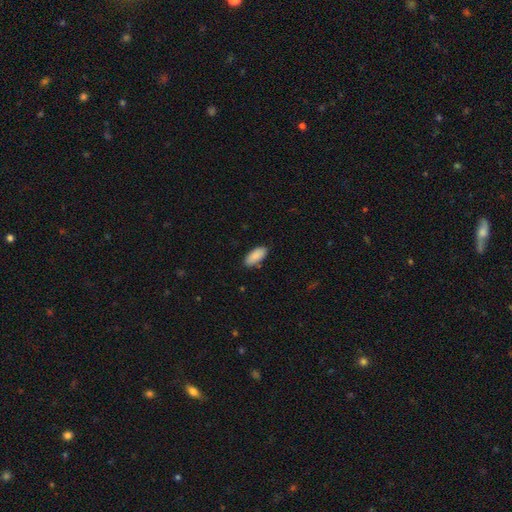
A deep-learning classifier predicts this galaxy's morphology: Overall: smooth (89%). How rounded: in between (90%). Merging: none (85%).